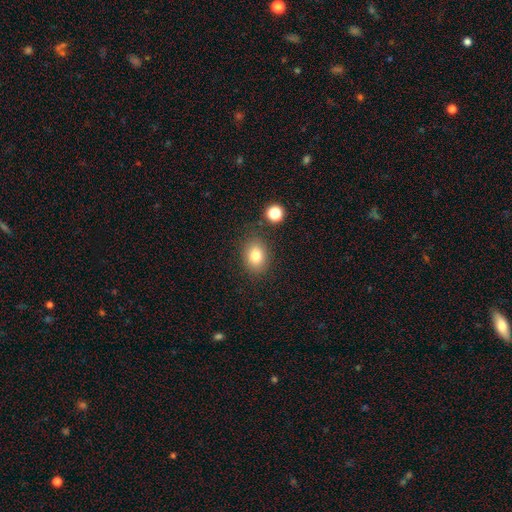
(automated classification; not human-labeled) A smooth galaxy with no disk features (80%) that is in between round and cigar-shaped (66%).

Vote fractions:
- Smooth or featured? smooth: 80% / star or artifact: 11% / featured or disk: 9%
- How rounded? in between: 66% / round: 33% / cigar-shaped: 1%
- Merging? none: 81% / minor disturbance: 12% / major disturbance: 4% / merger: 3%